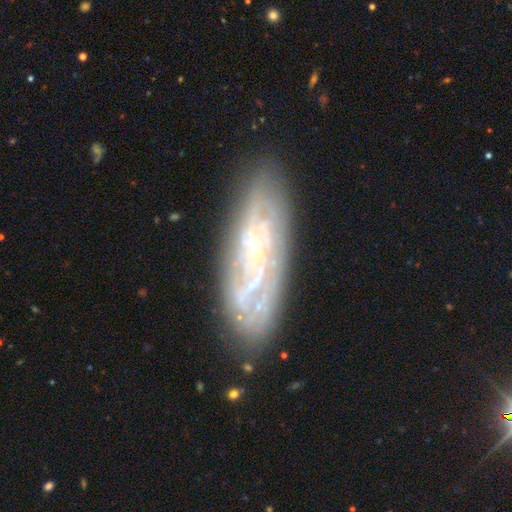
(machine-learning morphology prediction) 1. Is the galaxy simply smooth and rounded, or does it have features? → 76% featured or disk, 16% smooth, 8% star or artifact.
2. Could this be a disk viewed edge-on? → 83% no, 17% yes.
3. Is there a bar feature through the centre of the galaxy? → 61% no, 30% weak, 10% strong.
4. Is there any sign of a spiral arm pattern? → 84% yes, 16% no.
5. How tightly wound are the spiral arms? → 62% tight, 29% medium, 9% loose.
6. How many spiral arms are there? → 50% can't tell, 21% 2, 12% 3, 8% 4, 5% more than 4, 5% 1.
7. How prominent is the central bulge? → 76% small, 16% moderate, 6% none, 1% large, 1% dominant.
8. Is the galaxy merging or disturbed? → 78% none, 15% minor disturbance, 5% major disturbance, 2% merger.